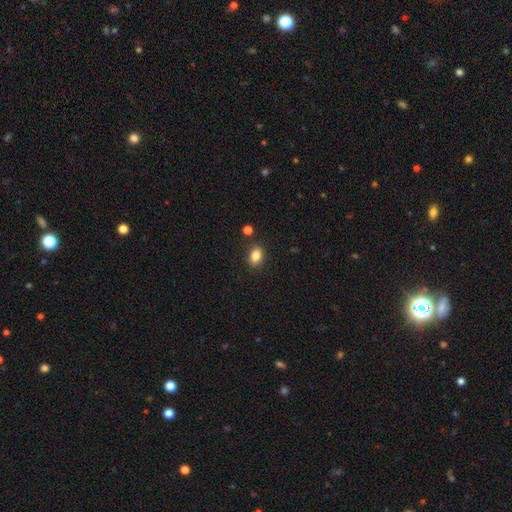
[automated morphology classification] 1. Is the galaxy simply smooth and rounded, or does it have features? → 84% smooth, 9% star or artifact, 6% featured or disk.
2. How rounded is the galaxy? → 80% in between, 18% round, 2% cigar-shaped.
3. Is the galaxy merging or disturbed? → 84% none, 10% minor disturbance, 4% merger, 3% major disturbance.